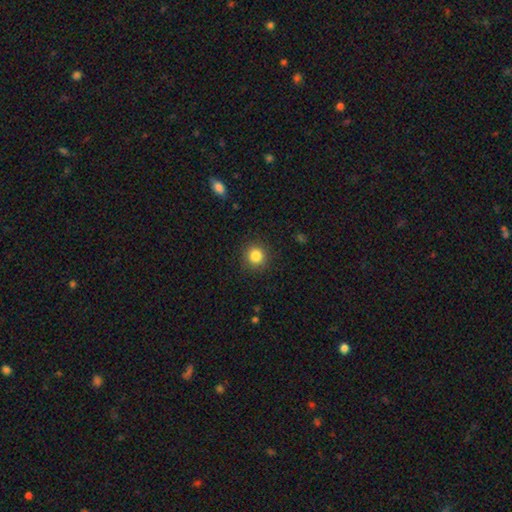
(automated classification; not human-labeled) The model was most divided on "smooth or featured": smooth: 84%, star or artifact: 11%, featured or disk: 5%. More confident: how rounded — round (92%); merging — none (90%).